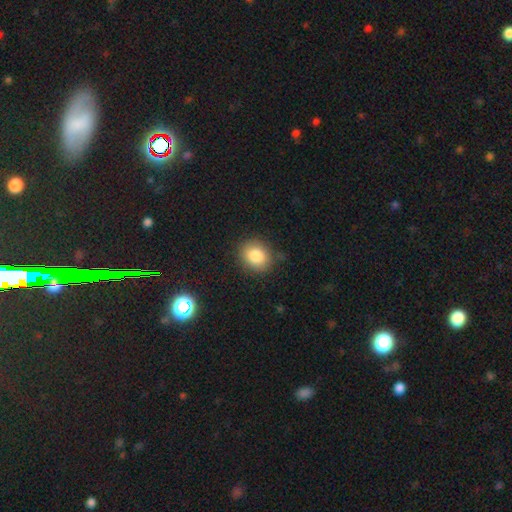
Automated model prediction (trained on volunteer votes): Overall: smooth (84%). How rounded: round (67%; in between 32%). Merging: none (82%).